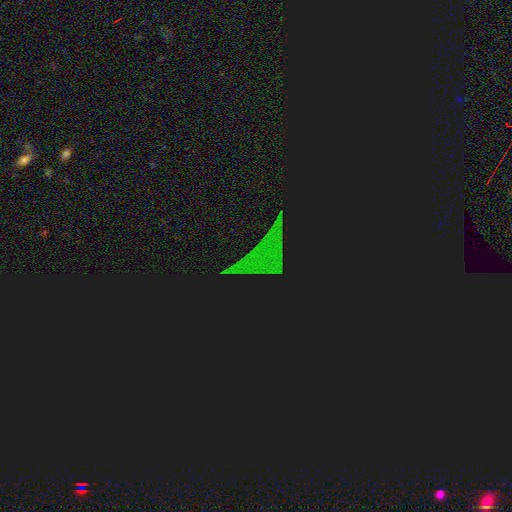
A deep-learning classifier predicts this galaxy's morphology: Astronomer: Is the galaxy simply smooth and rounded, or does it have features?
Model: star or artifact — 77%.